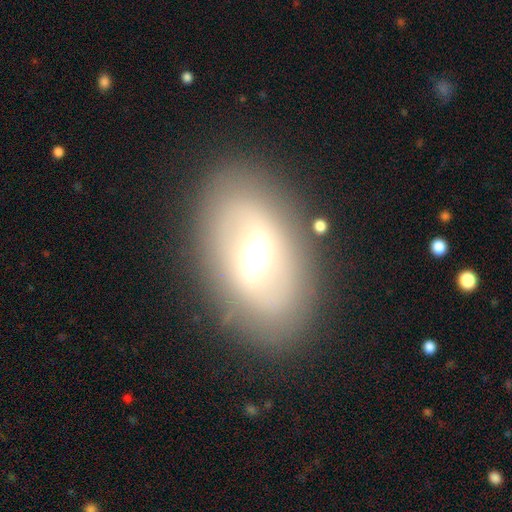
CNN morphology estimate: Smooth or featured?
  - featured or disk: 60% *
  - smooth: 31%
  - star or artifact: 10%
Edge-on disk?
  - no: 88% *
  - yes: 12%
Bar?
  - weak: 45% *
  - strong: 38%
  - no: 17%
Spiral arms?
  - no: 58% *
  - yes: 42%
Bulge size?
  - moderate: 57% *
  - large: 25%
  - small: 11%
  - dominant: 5%
  - none: 1%
Merging?
  - none: 82% *
  - minor disturbance: 11%
  - major disturbance: 6%
  - merger: 2%